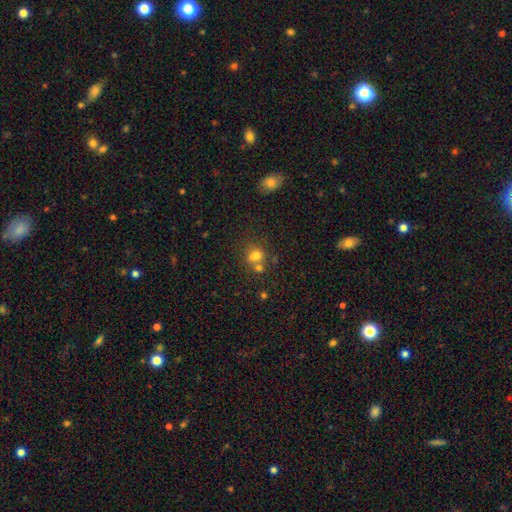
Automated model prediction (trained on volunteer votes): A smooth galaxy with no disk features (69%) that is round (61%).

Vote fractions:
- Smooth or featured? smooth: 69% / star or artifact: 17% / featured or disk: 14%
- How rounded? round: 61% / in between: 37% / cigar-shaped: 1%
- Merging? merger: 44% / none: 39% / minor disturbance: 11% / major disturbance: 6%